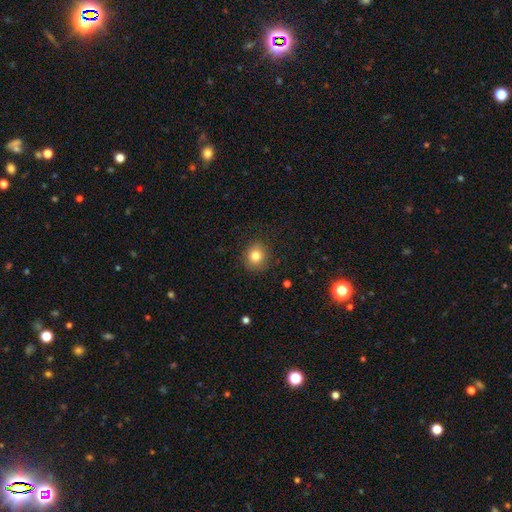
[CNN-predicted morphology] This is clearly a smooth galaxy (81%). How rounded: clearly round (83%). Merging: clearly none (87%).